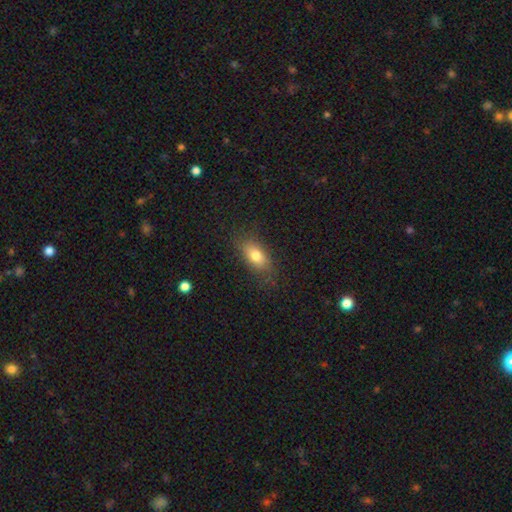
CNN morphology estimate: Smooth or featured? smooth (77%)
How rounded? in between (84%)
Merging? none (80%)